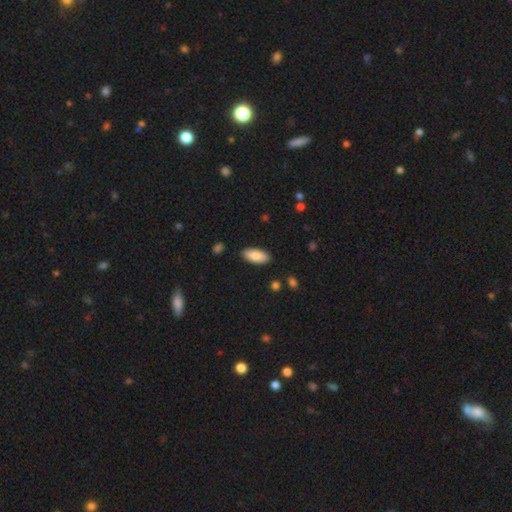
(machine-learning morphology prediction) A smooth galaxy with no disk features (88%) that is in between round and cigar-shaped (88%).

Vote fractions:
- Smooth or featured? smooth: 88% / featured or disk: 7% / star or artifact: 6%
- How rounded? in between: 88% / cigar-shaped: 10% / round: 2%
- Merging? none: 88% / minor disturbance: 9% / major disturbance: 2% / merger: 1%